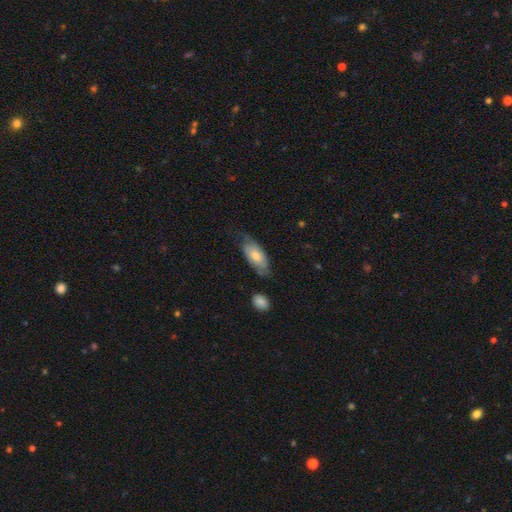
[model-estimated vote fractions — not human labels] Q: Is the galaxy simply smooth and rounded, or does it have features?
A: smooth — 60%.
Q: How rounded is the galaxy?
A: in between — 87%.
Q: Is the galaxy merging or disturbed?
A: none — 59%.